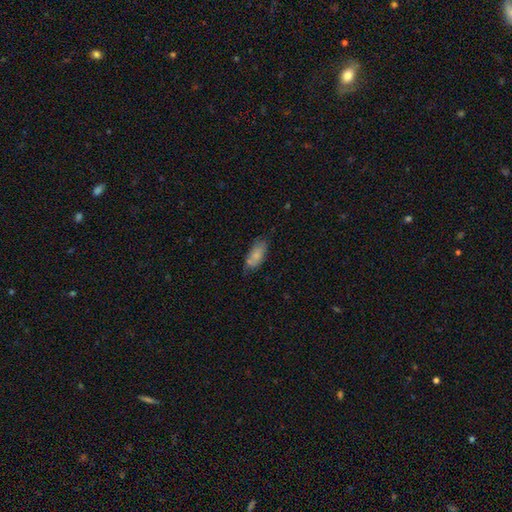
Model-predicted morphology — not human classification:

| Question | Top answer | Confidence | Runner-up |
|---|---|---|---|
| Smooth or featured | smooth | 76% | featured or disk (16%) |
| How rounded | in between | 85% | cigar-shaped (13%) |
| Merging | none | 58% | minor disturbance (24%) |